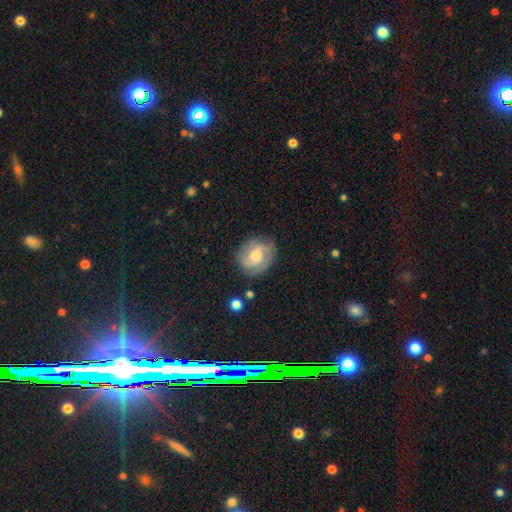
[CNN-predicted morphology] smooth_or_featured: featured or disk (p=0.67) [alt: smooth p=0.26]
disk_edge_on: no (p=0.97) [alt: yes p=0.03]
bar: no (p=0.52) [alt: weak p=0.40]
has_spiral_arms: yes (p=0.89) [alt: no p=0.11]
spiral_winding: tight (p=0.51) [alt: medium p=0.37]
spiral_arm_count: 2 (p=0.49) [alt: can't tell p=0.25]
bulge_size: moderate (p=0.56) [alt: small p=0.34]
merging: none (p=0.74) [alt: minor disturbance p=0.18]